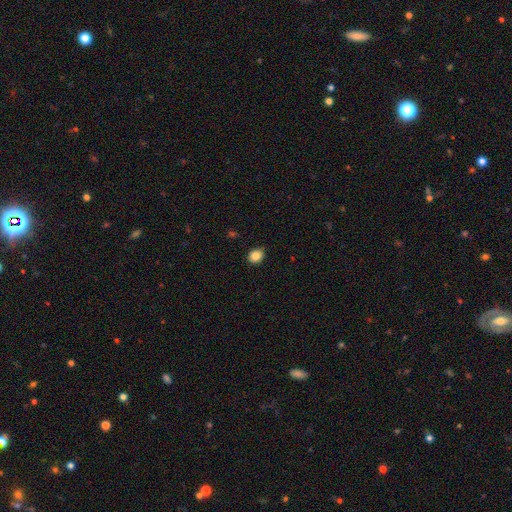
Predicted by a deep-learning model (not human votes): Q: Smooth or featured?
A: smooth (85%); runner-up: star or artifact (10%)
Q: How rounded?
A: round (57%); runner-up: in between (42%)
Q: Merging?
A: none (84%); runner-up: minor disturbance (13%)